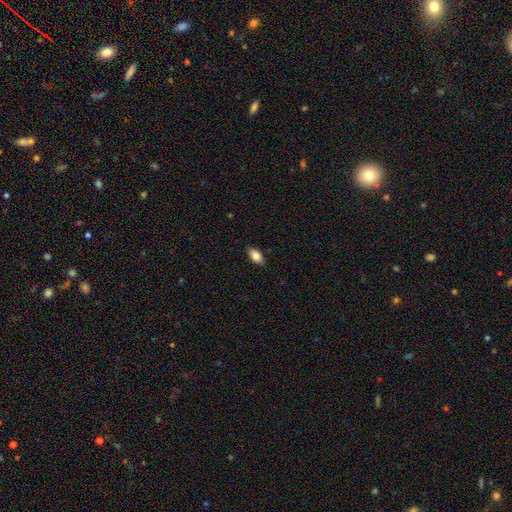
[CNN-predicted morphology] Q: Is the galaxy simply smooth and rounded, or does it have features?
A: smooth — 81%.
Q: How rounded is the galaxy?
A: in between — 90%.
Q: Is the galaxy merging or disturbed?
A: none — 87%.